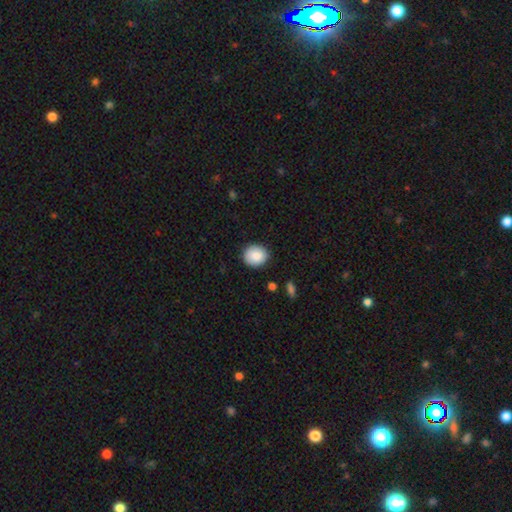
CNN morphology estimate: A smooth galaxy with no disk features (88%) that is round (78%). Merging: none (88%).